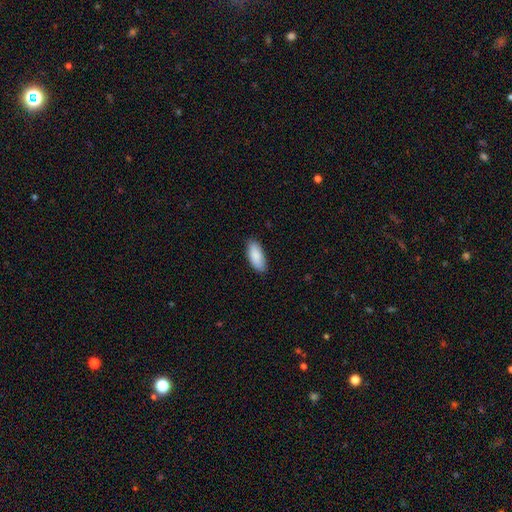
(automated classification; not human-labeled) Smooth or featured? Predicted: smooth (p=0.90). How rounded? Predicted: in between (p=0.84). Merging? Predicted: none (p=0.87).